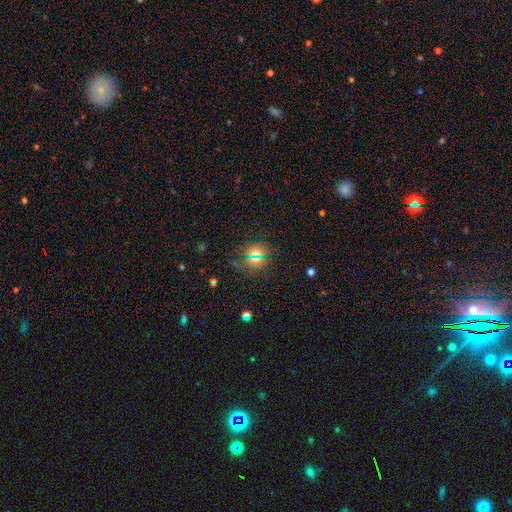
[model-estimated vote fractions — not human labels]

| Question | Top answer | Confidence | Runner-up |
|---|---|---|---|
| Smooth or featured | smooth | 56% | star or artifact (34%) |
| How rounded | round | 78% | in between (20%) |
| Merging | none | 80% | minor disturbance (11%) |